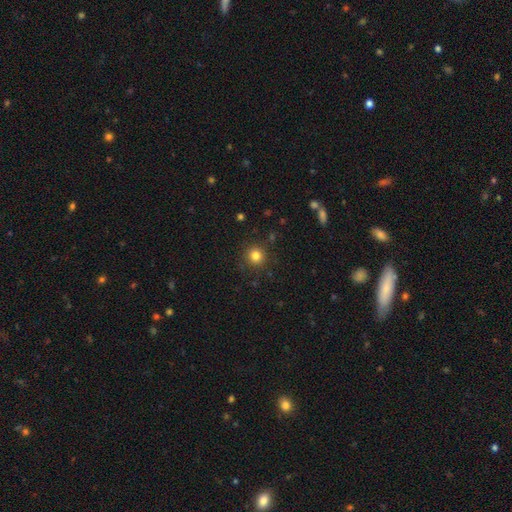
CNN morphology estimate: Q: Smooth or featured?
A: smooth (81%); runner-up: star or artifact (13%)
Q: How rounded?
A: round (94%); runner-up: in between (5%)
Q: Merging?
A: none (89%); runner-up: minor disturbance (7%)